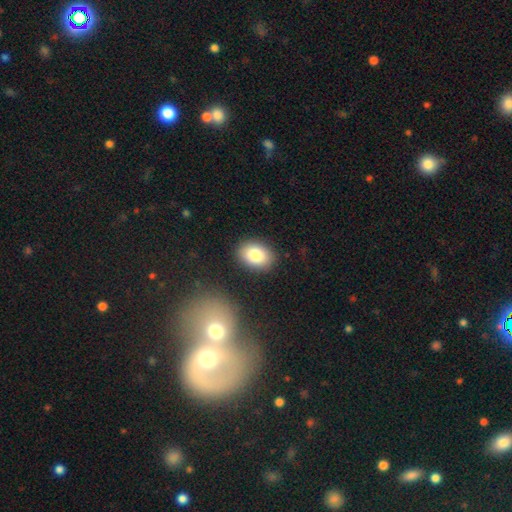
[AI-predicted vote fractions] smooth-or-featured: smooth: 82% | featured or disk: 9% | star or artifact: 9%
  how-rounded: in between: 75% | round: 24% | cigar-shaped: 1%
  merging: none: 87% | minor disturbance: 9% | major disturbance: 2% | merger: 2%